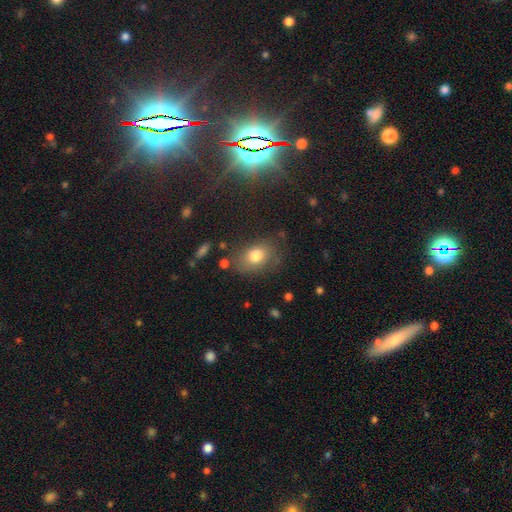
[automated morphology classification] This is likely a smooth galaxy (77%). How rounded: likely in between (71%). Merging: likely none (72%).